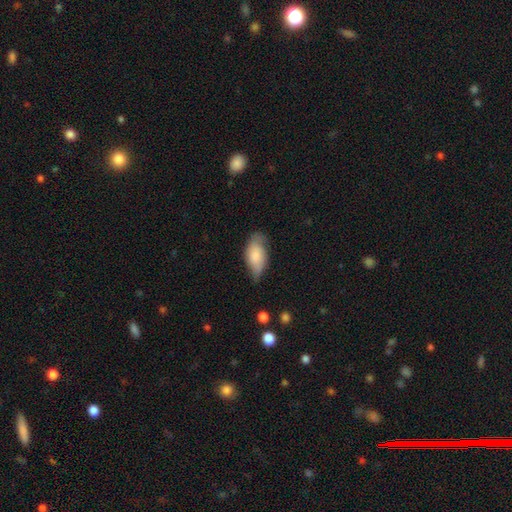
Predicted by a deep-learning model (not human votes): Overall: smooth (73%). How rounded: in between (91%). Merging: none (51%; minor disturbance 38%).